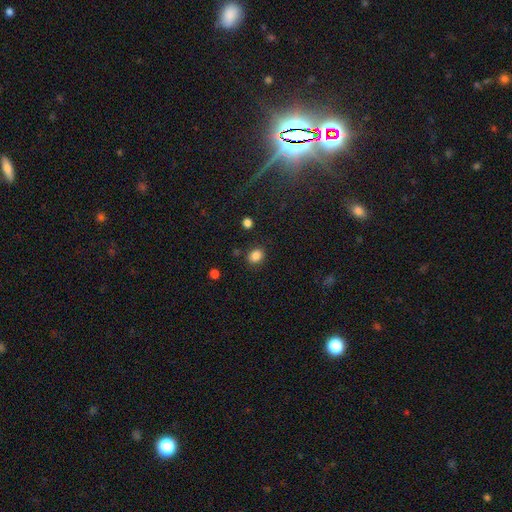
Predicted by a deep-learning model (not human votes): Smooth or featured: smooth — 85% (star or artifact — 11%)
How rounded: round — 53% (in between — 46%)
Merging: none — 83% (minor disturbance — 11%)